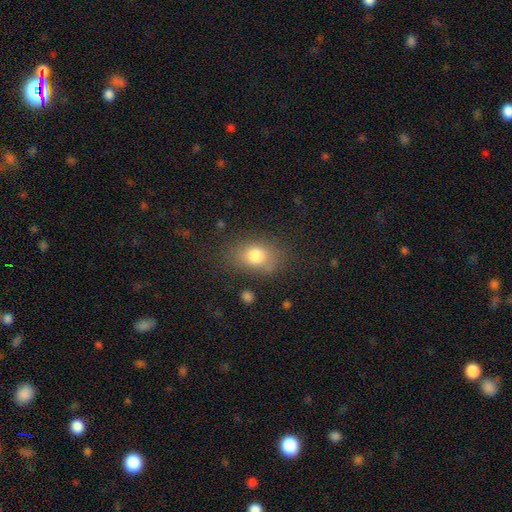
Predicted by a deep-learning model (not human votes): This appears to be a smooth galaxy with no disk features (79%) that is in between round and cigar-shaped (66%). Merging: none (72%).